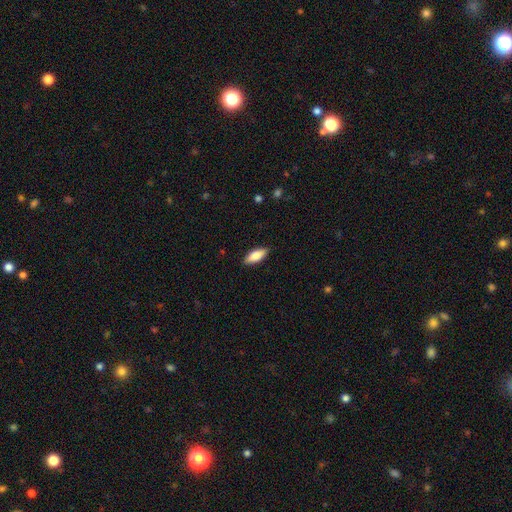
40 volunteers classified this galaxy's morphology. type=smooth (80%); roundness=in between (78%); merging=none (81%).